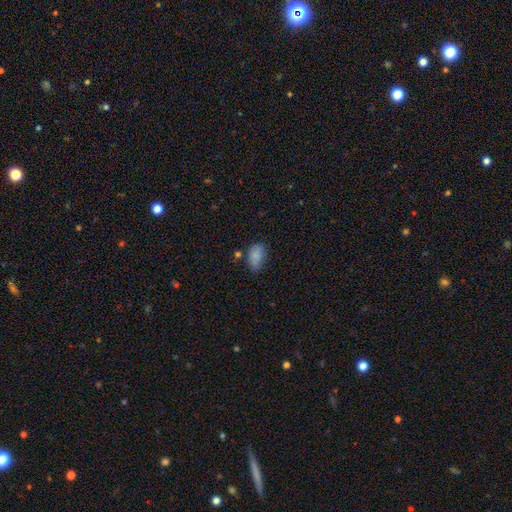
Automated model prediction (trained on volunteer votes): A smooth galaxy with no disk features (83%) that is in between round and cigar-shaped (90%). Merging: none (55%).